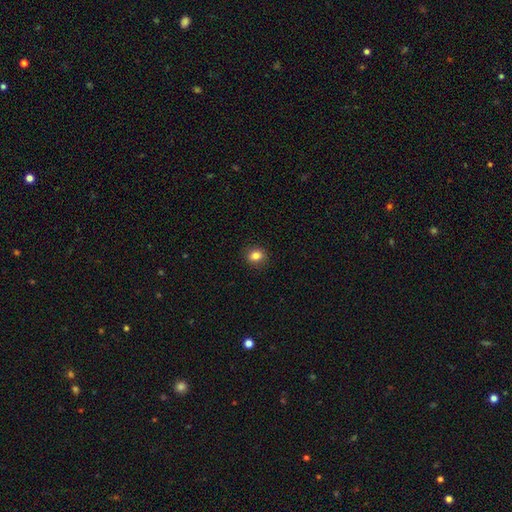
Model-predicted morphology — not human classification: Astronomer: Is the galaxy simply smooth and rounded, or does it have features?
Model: smooth — 83%.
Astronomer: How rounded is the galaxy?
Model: round — 66%.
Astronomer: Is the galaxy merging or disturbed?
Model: none — 90%.